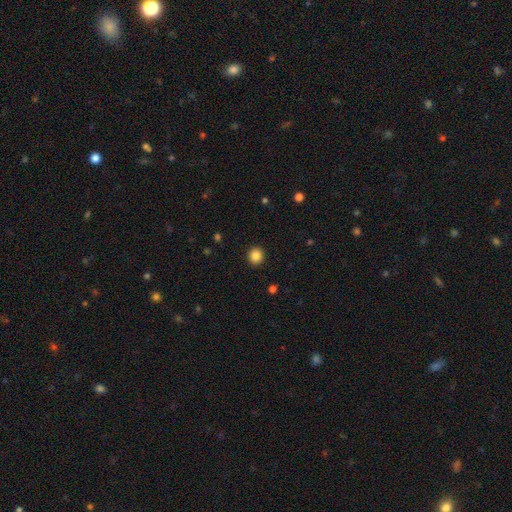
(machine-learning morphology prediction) Smooth or featured?
  - smooth: 86% *
  - star or artifact: 10%
  - featured or disk: 4%
How rounded?
  - round: 92% *
  - in between: 7%
  - cigar-shaped: 1%
Merging?
  - none: 93% *
  - minor disturbance: 5%
  - major disturbance: 2%
  - merger: 1%